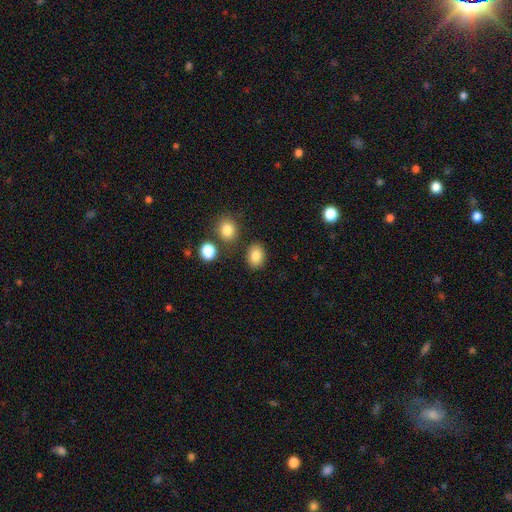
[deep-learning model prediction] This appears to be a smooth galaxy with no disk features (85%) that is in between round and cigar-shaped (67%). Merging: none (82%).